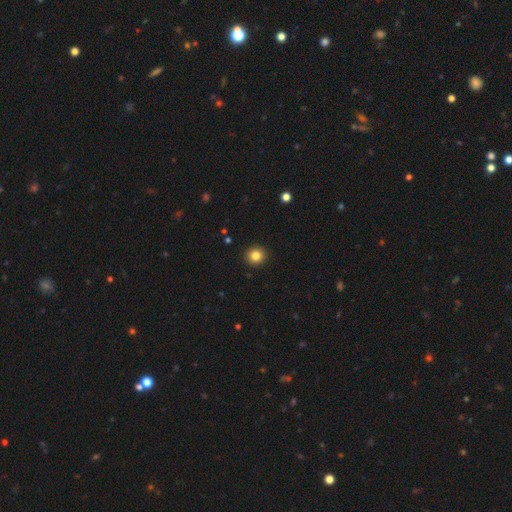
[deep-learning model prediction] Smooth or featured? Predicted: smooth (p=0.84). How rounded? Predicted: round (p=0.93). Merging? Predicted: none (p=0.93).